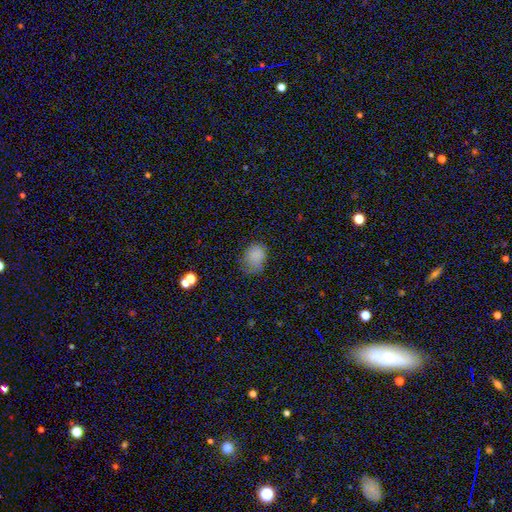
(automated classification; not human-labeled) Smooth or featured? smooth (79%)
How rounded? in between (58%)
Merging? none (47%)